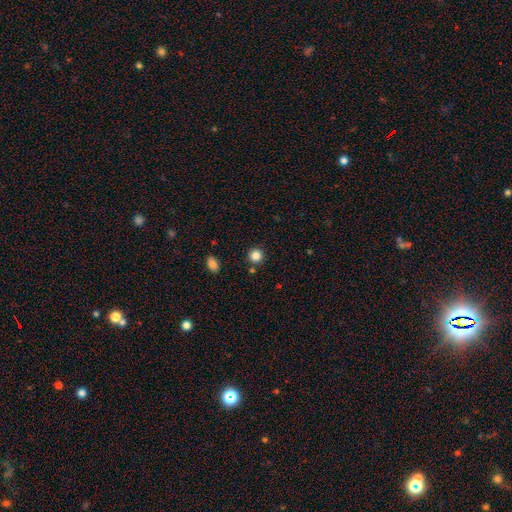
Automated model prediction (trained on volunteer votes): Morphology: type=smooth (84%); roundness=round (93%); merging=none (88%).